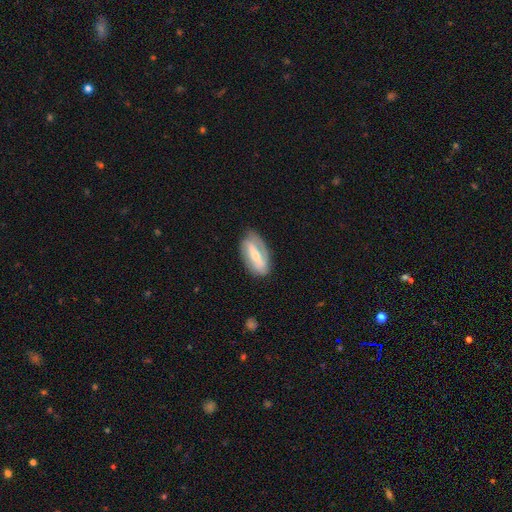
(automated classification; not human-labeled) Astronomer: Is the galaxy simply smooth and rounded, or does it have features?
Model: featured or disk — 66%.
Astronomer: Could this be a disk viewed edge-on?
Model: no — 88%.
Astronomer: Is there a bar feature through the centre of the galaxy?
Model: strong — 63%.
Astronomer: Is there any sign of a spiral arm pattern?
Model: yes — 64%.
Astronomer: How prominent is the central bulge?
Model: small — 52% (runner-up: moderate, 43%).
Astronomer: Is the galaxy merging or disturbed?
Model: none — 75%.